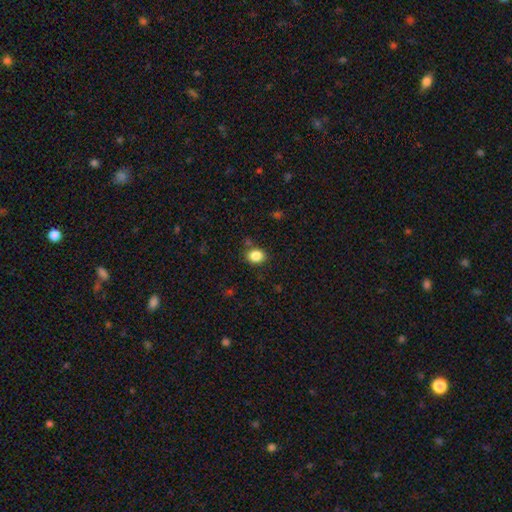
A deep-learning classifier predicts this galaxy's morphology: Smooth or featured: smooth — 86% (star or artifact — 10%)
How rounded: round — 54% (in between — 45%)
Merging: none — 82% (minor disturbance — 11%)